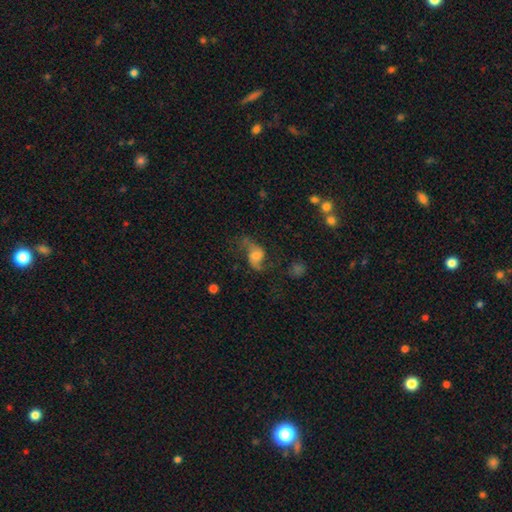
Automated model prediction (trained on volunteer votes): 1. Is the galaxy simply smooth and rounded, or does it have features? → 66% featured or disk, 24% smooth, 10% star or artifact.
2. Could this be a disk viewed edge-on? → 95% no, 5% yes.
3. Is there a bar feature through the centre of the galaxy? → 57% no, 33% weak, 10% strong.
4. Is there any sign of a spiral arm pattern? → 90% yes, 10% no.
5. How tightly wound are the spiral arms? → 80% loose, 16% medium, 4% tight.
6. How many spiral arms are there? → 90% 2, 4% 1, 3% can't tell, 1% 3, 1% 4, 1% more than 4.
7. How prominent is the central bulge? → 53% moderate, 27% small, 13% large, 5% none, 2% dominant.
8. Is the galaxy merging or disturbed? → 52% none, 23% major disturbance, 22% minor disturbance, 3% merger.